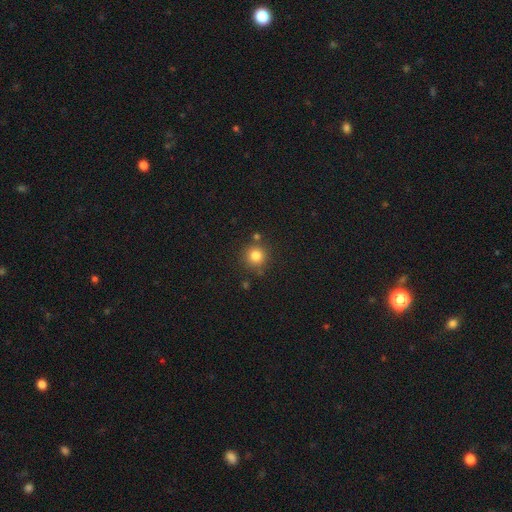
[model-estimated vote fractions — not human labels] A smooth galaxy with no disk features (81%) that is round (94%).

Vote fractions:
- Smooth or featured? smooth: 81% / star or artifact: 13% / featured or disk: 6%
- How rounded? round: 94% / in between: 5% / cigar-shaped: 1%
- Merging? none: 82% / minor disturbance: 8% / merger: 7% / major disturbance: 3%